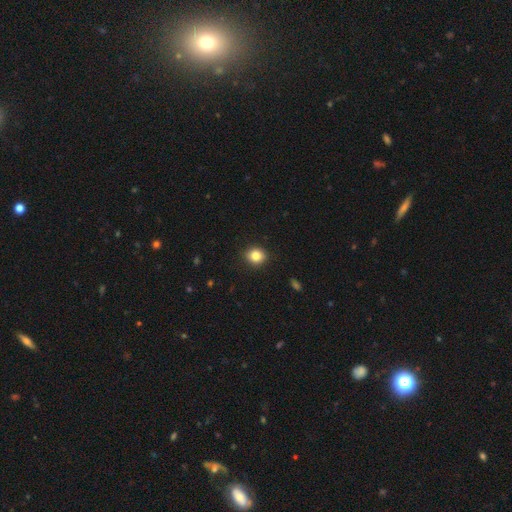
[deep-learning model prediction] A smooth galaxy with no disk features (84%) that is round (78%). Merging: none (90%).